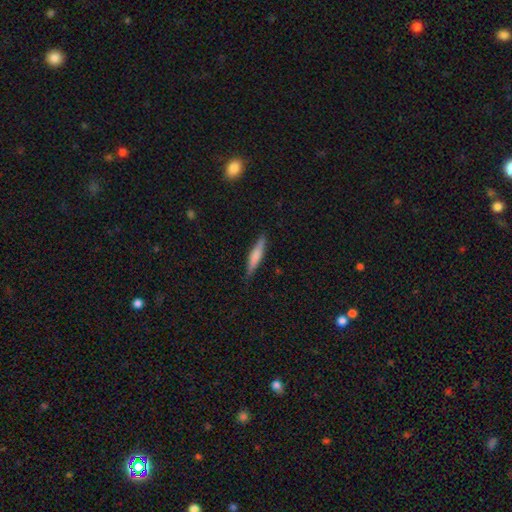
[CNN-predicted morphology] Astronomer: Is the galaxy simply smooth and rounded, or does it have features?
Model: smooth — 64%.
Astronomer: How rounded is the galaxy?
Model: cigar-shaped — 85%.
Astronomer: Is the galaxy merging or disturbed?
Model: none — 86%.